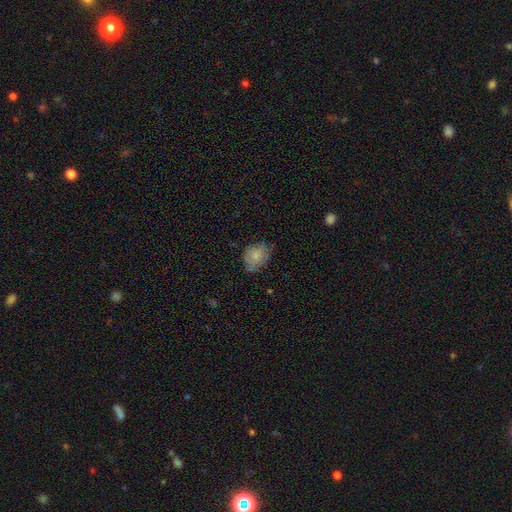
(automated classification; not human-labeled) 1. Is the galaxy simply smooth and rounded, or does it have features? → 78% smooth, 13% featured or disk, 9% star or artifact.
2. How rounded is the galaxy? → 61% in between, 38% round, 1% cigar-shaped.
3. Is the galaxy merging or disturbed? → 63% none, 28% minor disturbance, 7% major disturbance, 2% merger.